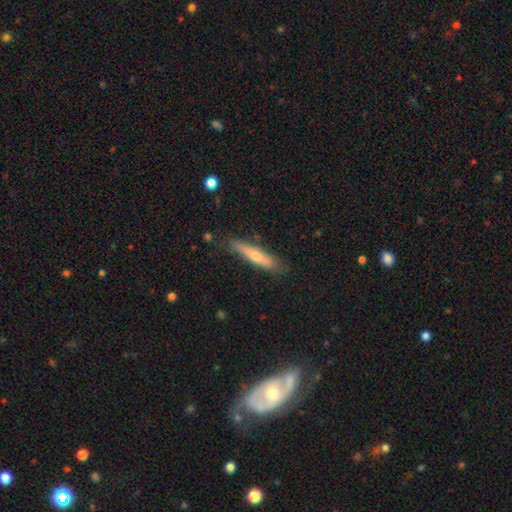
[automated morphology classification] smooth_or_featured: smooth (p=0.50) [alt: featured or disk p=0.43]
merging: none (p=0.82) [alt: minor disturbance p=0.13]